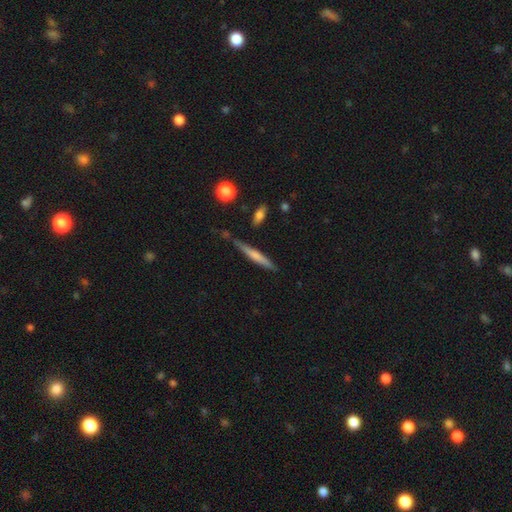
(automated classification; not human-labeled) Smooth or featured: smooth — 58% (featured or disk — 36%)
How rounded: cigar-shaped — 93% (in between — 5%)
Merging: none — 77% (minor disturbance — 16%)